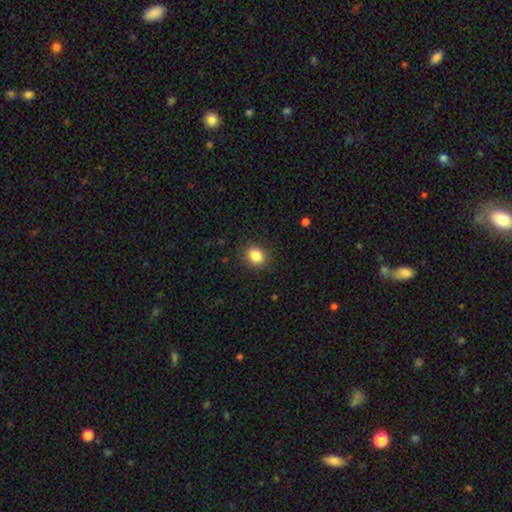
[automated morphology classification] Smooth or featured: smooth — 85% (star or artifact — 10%)
How rounded: round — 56% (in between — 43%)
Merging: none — 88% (minor disturbance — 9%)